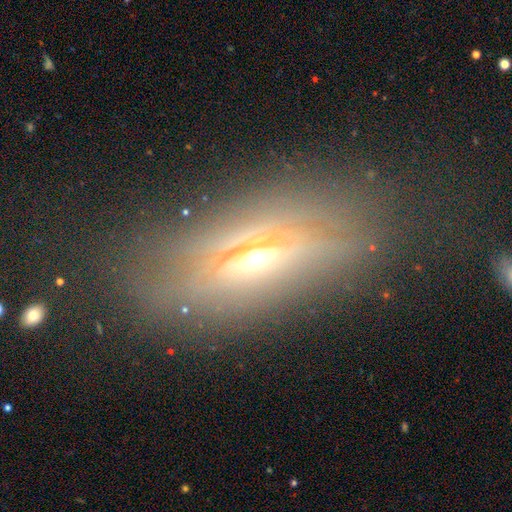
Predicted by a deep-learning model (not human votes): featured or disk 62%, smooth 27%, star or artifact 11%. Down the decision tree: edge-on disk — yes (64%); merging — none (65%).